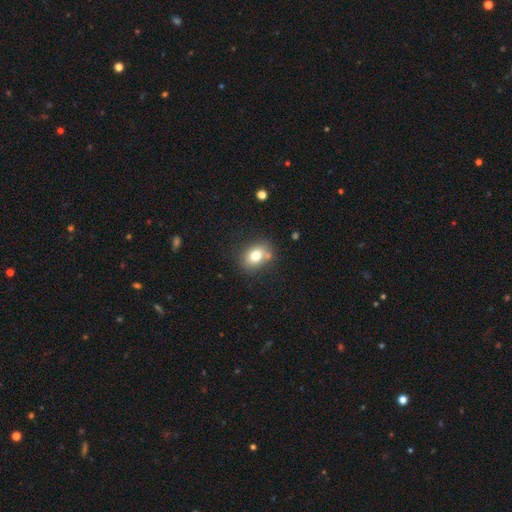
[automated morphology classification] This is likely a smooth galaxy (78%). How rounded: likely in between (63%). Merging: likely none (71%).